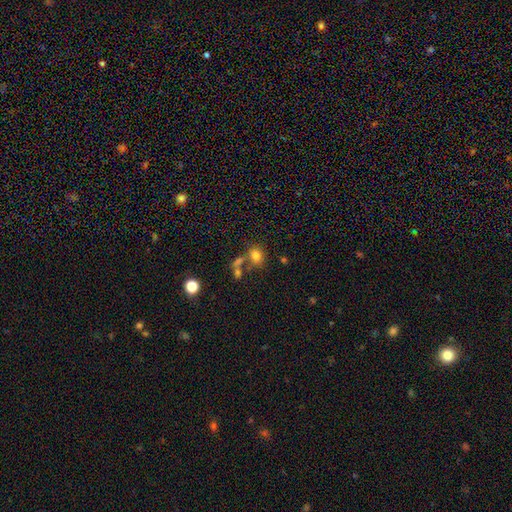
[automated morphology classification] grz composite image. It shows a smooth galaxy with no disk features (77%) that is round (55%). Merging: none (53%).